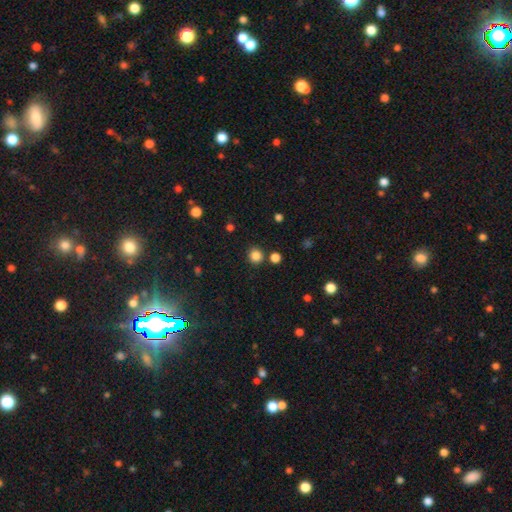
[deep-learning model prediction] The model was most divided on "smooth or featured": smooth: 83%, star or artifact: 13%, featured or disk: 4%. More confident: how rounded — round (91%); merging — none (85%).